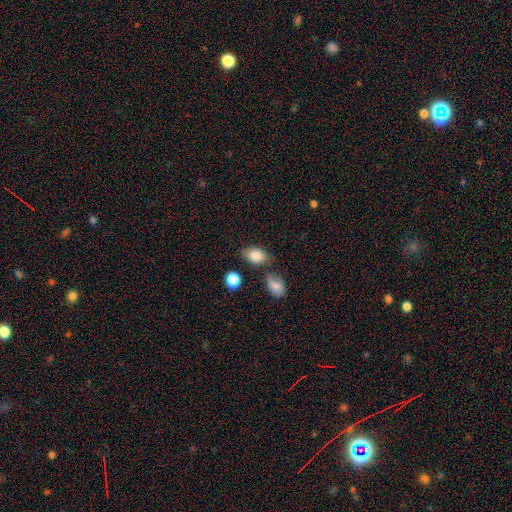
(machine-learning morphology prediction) type=smooth (84%); roundness=in between (86%); merging=none (70%).